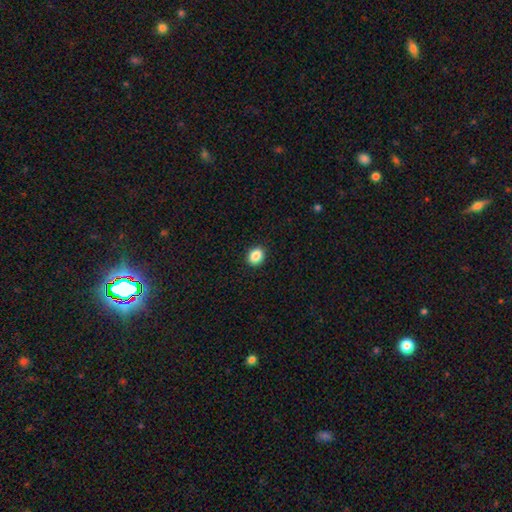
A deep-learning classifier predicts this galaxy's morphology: Smooth or featured? smooth (87%)
How rounded? round (56%)
Merging? none (91%)